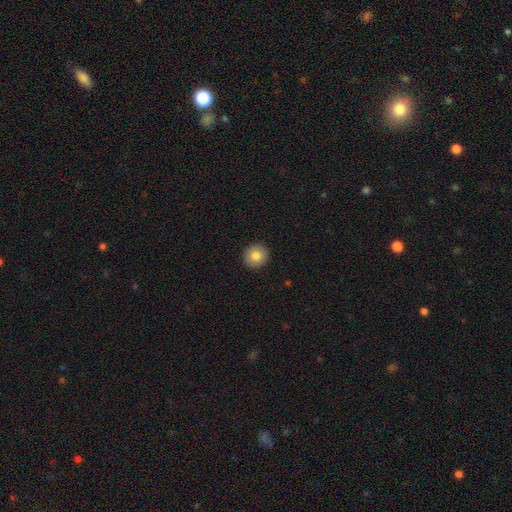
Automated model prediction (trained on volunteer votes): Morphology: type=smooth (82%); roundness=round (90%); merging=none (93%).